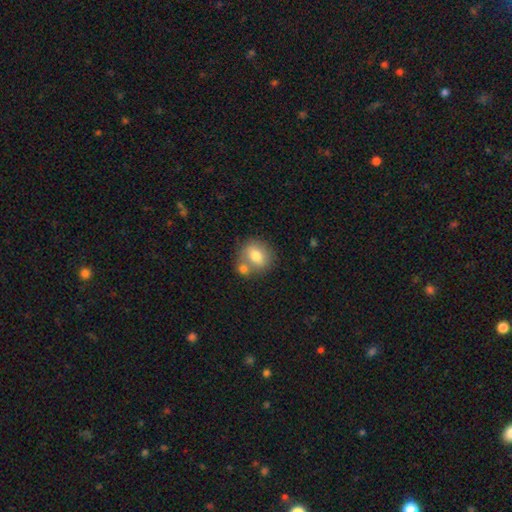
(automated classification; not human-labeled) A smooth galaxy with no disk features (75%) that is round (74%). Merging: none (57%).